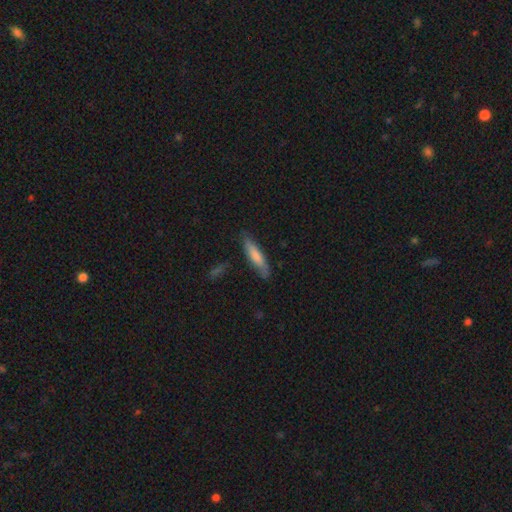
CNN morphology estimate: This is likely a smooth galaxy (74%). How rounded: likely cigar-shaped (75%). Merging: likely none (76%).